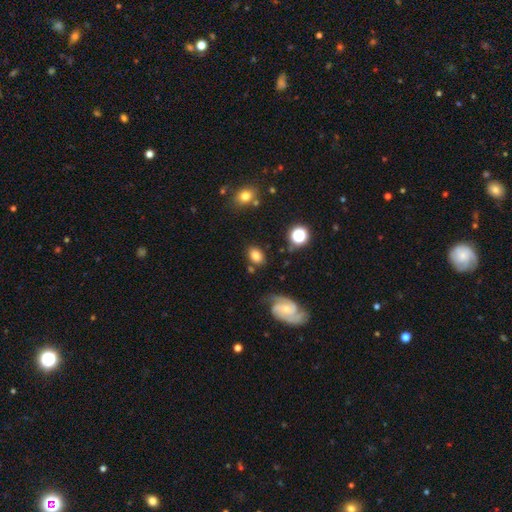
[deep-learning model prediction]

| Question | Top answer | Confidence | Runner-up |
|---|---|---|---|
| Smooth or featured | smooth | 72% | featured or disk (18%) |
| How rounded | in between | 77% | round (21%) |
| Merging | none | 74% | minor disturbance (16%) |